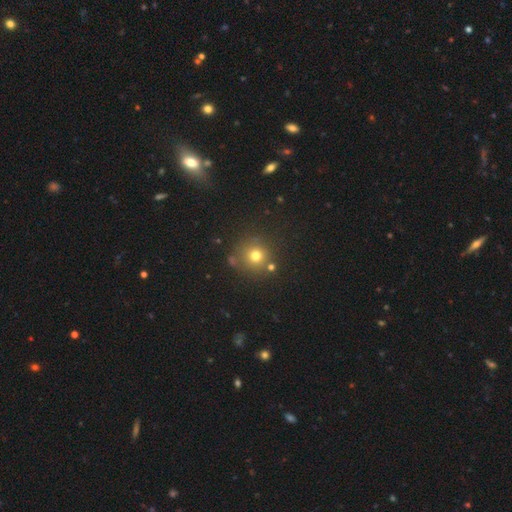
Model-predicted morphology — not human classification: Smooth or featured?
  - smooth: 72% *
  - star or artifact: 19%
  - featured or disk: 9%
How rounded?
  - round: 93% *
  - in between: 6%
  - cigar-shaped: 1%
Merging?
  - none: 79% *
  - minor disturbance: 9%
  - merger: 8%
  - major disturbance: 4%